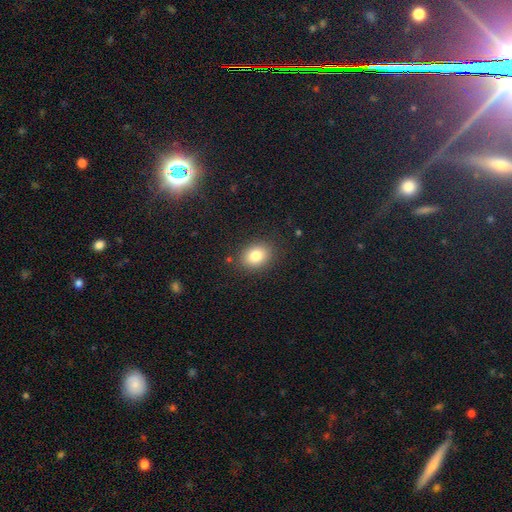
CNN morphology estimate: type=smooth (82%); roundness=in between (60%); merging=none (86%).